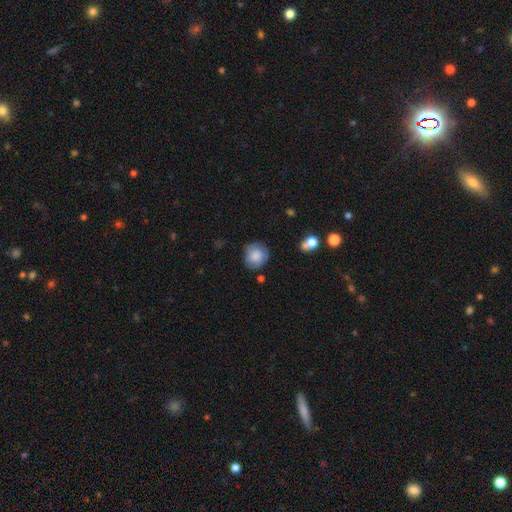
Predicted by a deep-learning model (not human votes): Smooth or featured? Predicted: smooth (p=0.79). How rounded? Predicted: round (p=0.82). Merging? Predicted: none (p=0.74).